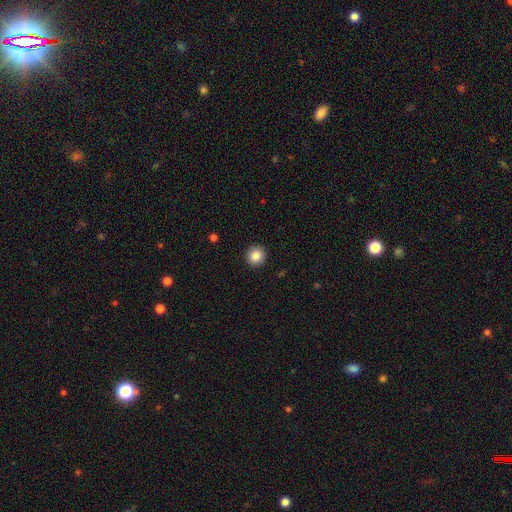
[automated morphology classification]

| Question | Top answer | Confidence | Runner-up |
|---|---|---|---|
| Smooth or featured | smooth | 85% | star or artifact (10%) |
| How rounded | round | 94% | in between (5%) |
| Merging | none | 93% | minor disturbance (5%) |